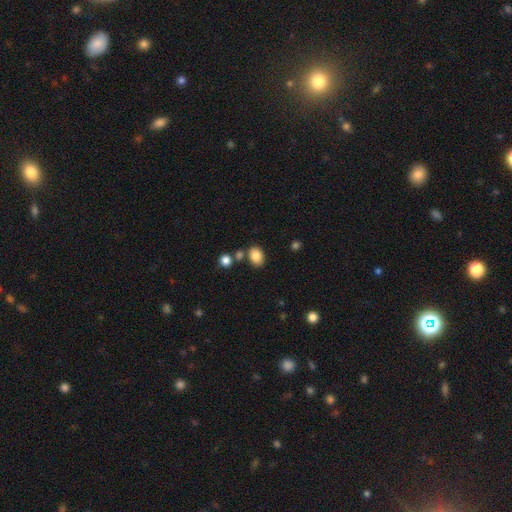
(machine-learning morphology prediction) smooth 84%, star or artifact 9%, featured or disk 6%. Down the decision tree: how rounded — in between (67%); merging — none (73%).